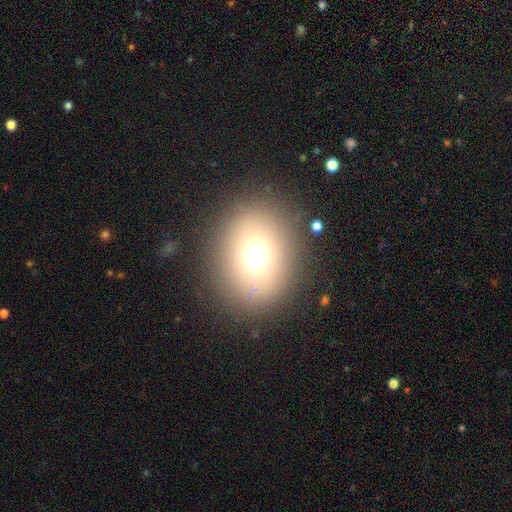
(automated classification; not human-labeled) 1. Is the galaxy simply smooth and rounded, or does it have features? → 71% smooth, 16% star or artifact, 13% featured or disk.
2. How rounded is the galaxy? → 64% round, 35% in between, 1% cigar-shaped.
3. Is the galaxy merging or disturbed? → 87% none, 8% minor disturbance, 4% major disturbance, 2% merger.